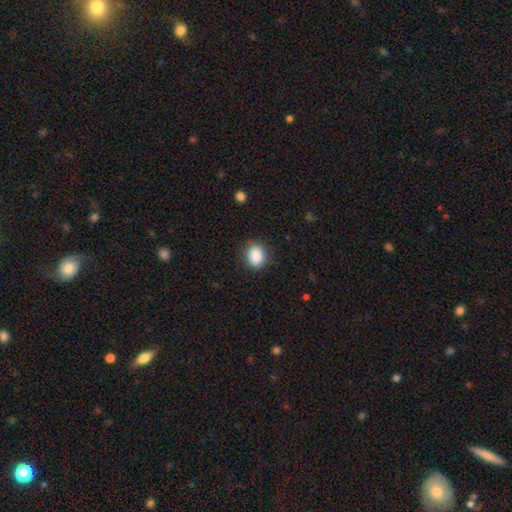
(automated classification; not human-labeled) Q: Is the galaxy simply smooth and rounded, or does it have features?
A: smooth — 89%.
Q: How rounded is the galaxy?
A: in between — 56%.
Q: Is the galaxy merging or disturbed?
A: none — 83%.